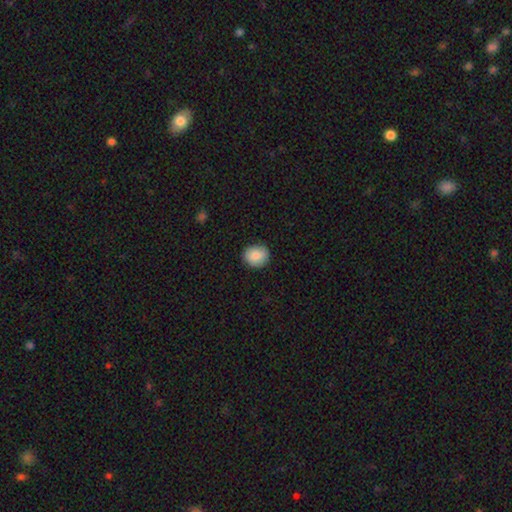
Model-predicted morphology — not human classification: Smooth or featured: smooth — 86% (star or artifact — 8%)
How rounded: round — 78% (in between — 21%)
Merging: none — 87% (minor disturbance — 10%)